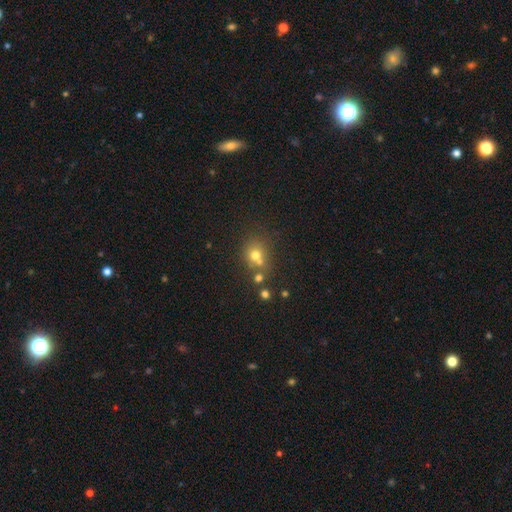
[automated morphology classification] smooth_or_featured: smooth (p=0.68) [alt: star or artifact p=0.18]
how_rounded: round (p=0.76) [alt: in between p=0.23]
merging: none (p=0.51) [alt: merger p=0.33]